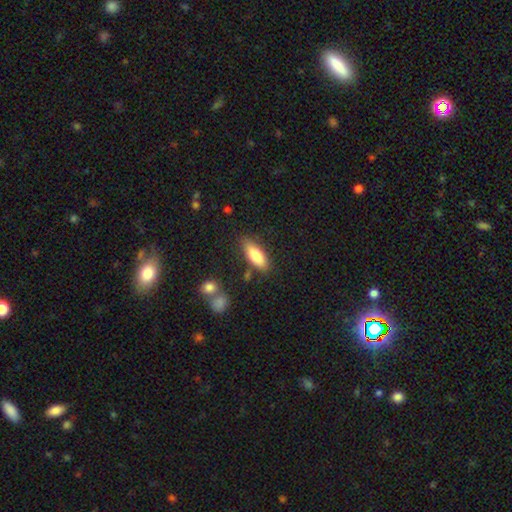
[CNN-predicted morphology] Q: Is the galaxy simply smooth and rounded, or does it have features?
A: smooth — 81%.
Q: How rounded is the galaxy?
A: in between — 67%.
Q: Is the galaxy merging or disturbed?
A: none — 78%.